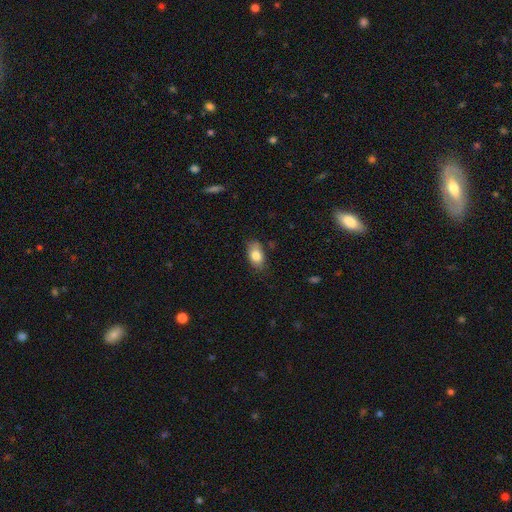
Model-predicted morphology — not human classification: smooth-or-featured: smooth: 82% | featured or disk: 11% | star or artifact: 7%
  how-rounded: in between: 90% | round: 8% | cigar-shaped: 2%
  merging: none: 78% | minor disturbance: 18% | major disturbance: 3% | merger: 1%